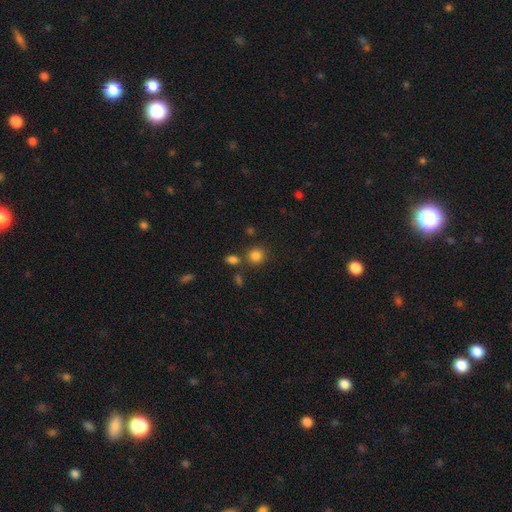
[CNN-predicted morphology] Smooth or featured? Predicted: smooth (p=0.82). How rounded? Predicted: round (p=0.87). Merging? Predicted: none (p=0.75).